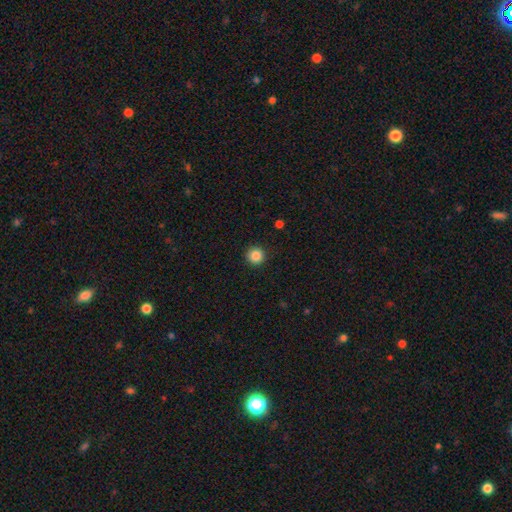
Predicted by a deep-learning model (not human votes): Smooth or featured: smooth — 86% (star or artifact — 10%)
How rounded: round — 95% (in between — 4%)
Merging: none — 92% (minor disturbance — 5%)